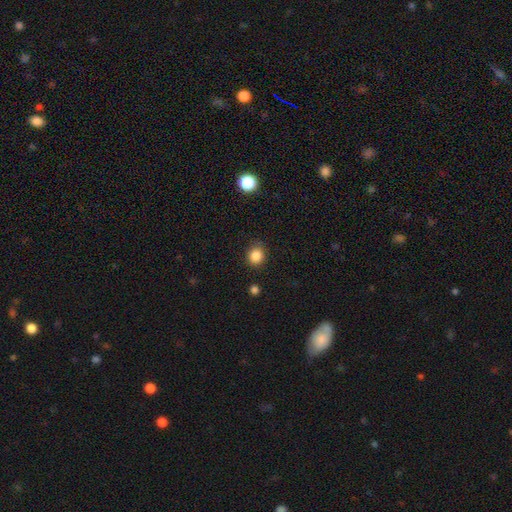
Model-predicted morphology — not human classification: This appears to be a smooth galaxy with no disk features (85%) that is round (85%). Merging: none (85%).